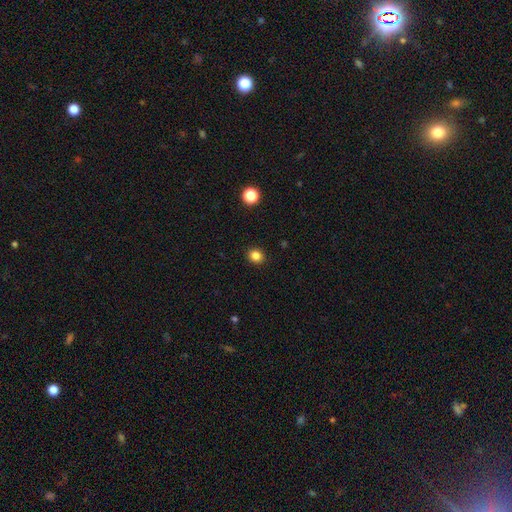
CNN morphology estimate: Smooth or featured? Predicted: smooth (p=0.84). How rounded? Predicted: round (p=0.77). Merging? Predicted: none (p=0.91).